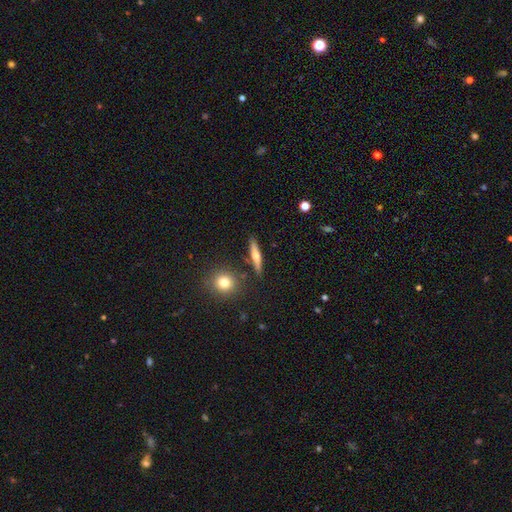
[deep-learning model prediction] Smooth or featured? Predicted: featured or disk (p=0.46, tied with smooth). Merging? Predicted: none (p=0.85).